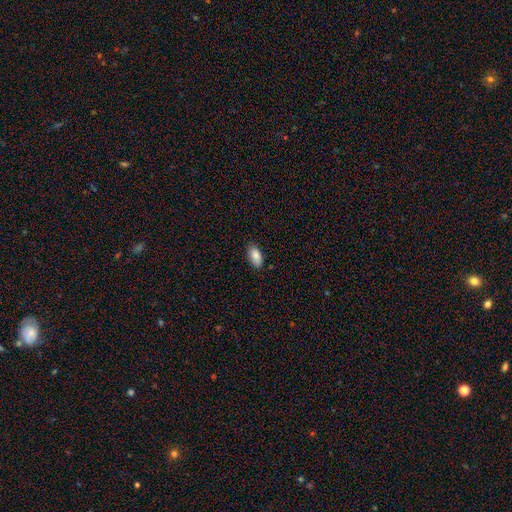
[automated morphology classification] This appears to be a smooth galaxy with no disk features (86%) that is in between round and cigar-shaped (93%). Merging: none (83%).